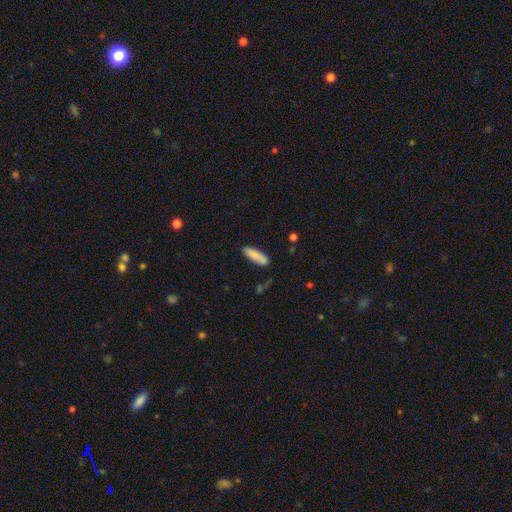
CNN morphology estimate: This appears to be a smooth galaxy with no disk features (86%) that is cigar-shaped (56%). Merging: none (83%).